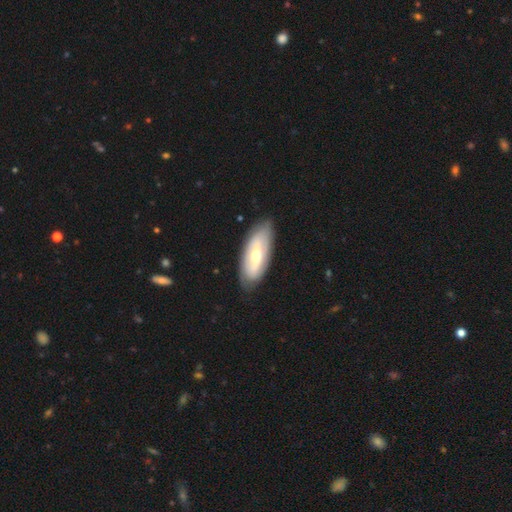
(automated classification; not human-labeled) This appears to be a featured or disk galaxy (54%). Merging: none (82%).